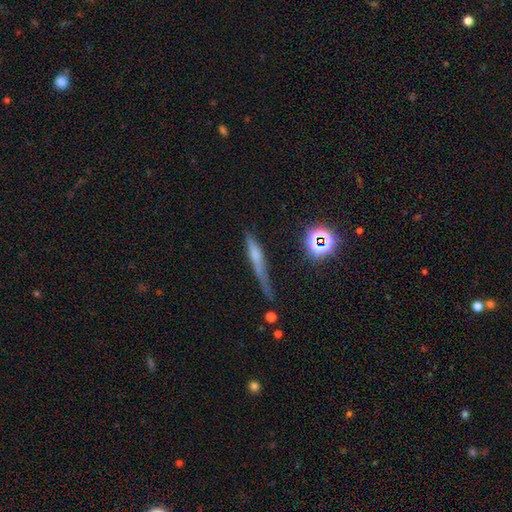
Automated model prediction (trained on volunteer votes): Smooth or featured: smooth — 49% (featured or disk — 35%)
Merging: none — 54% (minor disturbance — 29%)